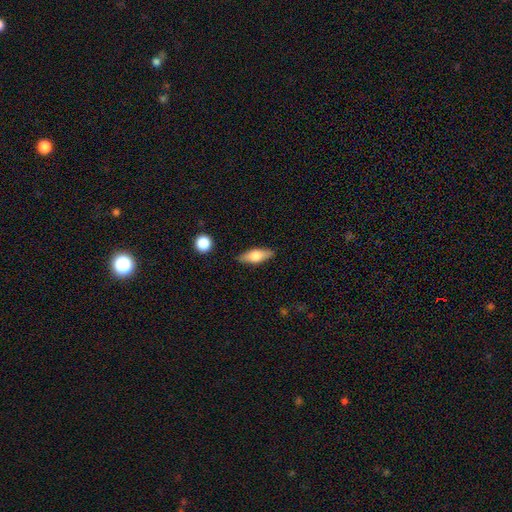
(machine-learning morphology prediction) smooth 62%, featured or disk 32%, star or artifact 6%. Down the decision tree: how rounded — in between (66%); merging — none (85%).